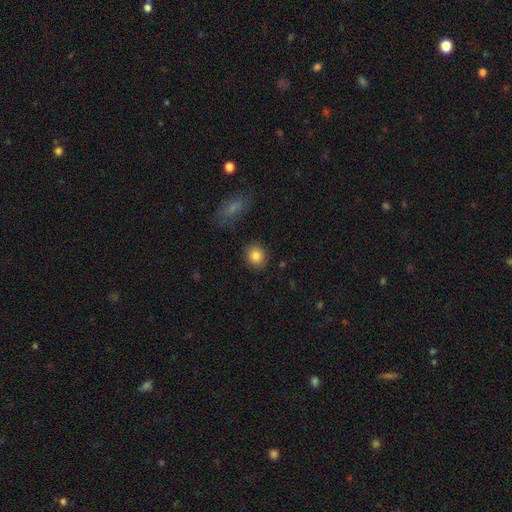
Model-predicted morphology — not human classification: This appears to be a smooth galaxy with no disk features (84%) that is round (75%). Merging: none (87%).